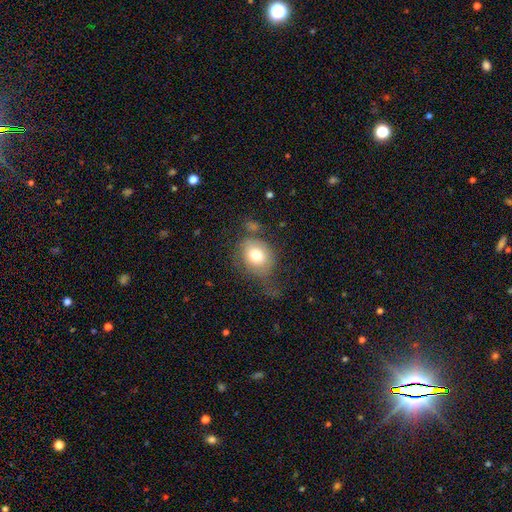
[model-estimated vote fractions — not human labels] smooth 75%, featured or disk 16%, star or artifact 9%. Down the decision tree: how rounded — round (57%); merging — none (46%).